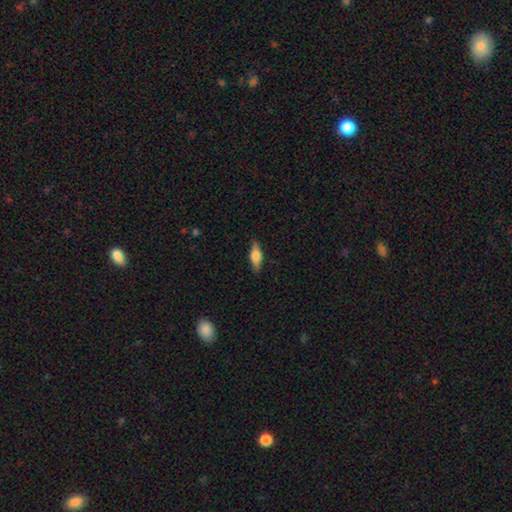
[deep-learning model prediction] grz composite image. It shows a featured or disk galaxy (52%) viewed edge-on (94%). Merging: none (87%).